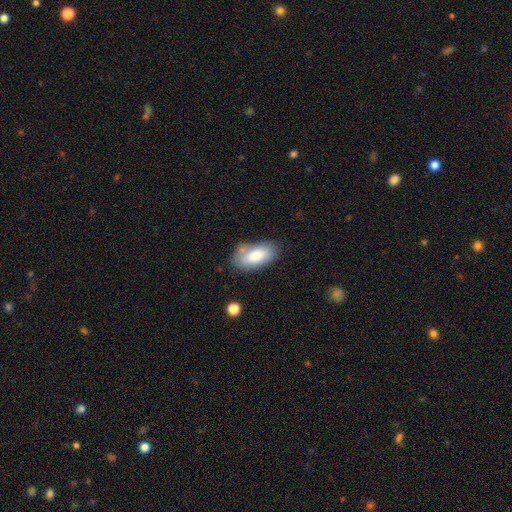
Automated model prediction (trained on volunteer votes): This is clearly a smooth galaxy (80%). How rounded: clearly in between (93%). Merging: likely none (66%).